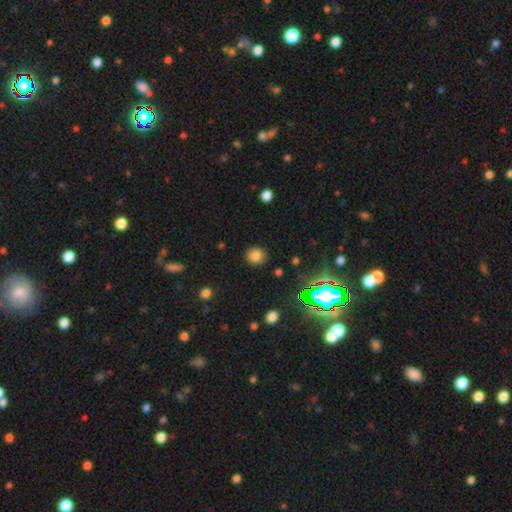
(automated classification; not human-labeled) Smooth or featured: smooth — 79% (star or artifact — 15%)
How rounded: round — 86% (in between — 13%)
Merging: none — 88% (minor disturbance — 8%)